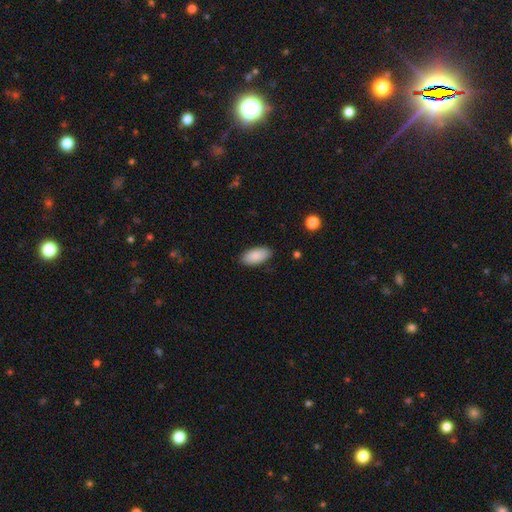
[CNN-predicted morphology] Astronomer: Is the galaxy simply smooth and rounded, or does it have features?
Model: smooth — 88%.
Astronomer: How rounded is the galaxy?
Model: in between — 93%.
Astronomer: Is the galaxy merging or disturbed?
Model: none — 86%.